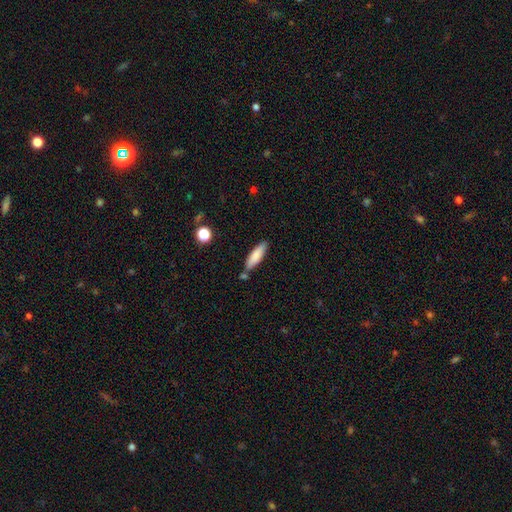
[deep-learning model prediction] The model was most divided on "how rounded": cigar-shaped: 56%, in between: 42%, round: 2%. More confident: smooth or featured — smooth (81%); merging — none (73%).